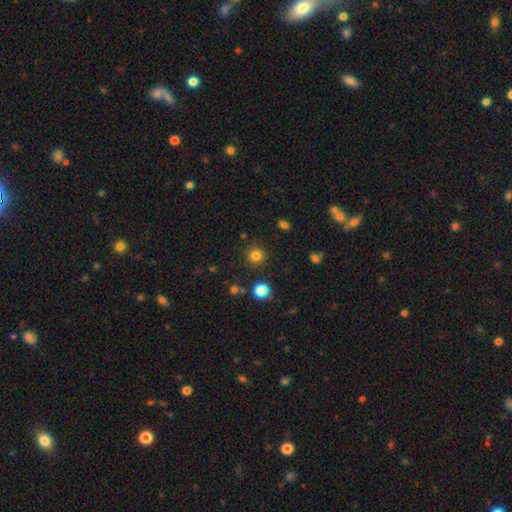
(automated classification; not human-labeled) This is clearly a smooth galaxy (80%). How rounded: clearly round (94%). Merging: clearly none (89%).